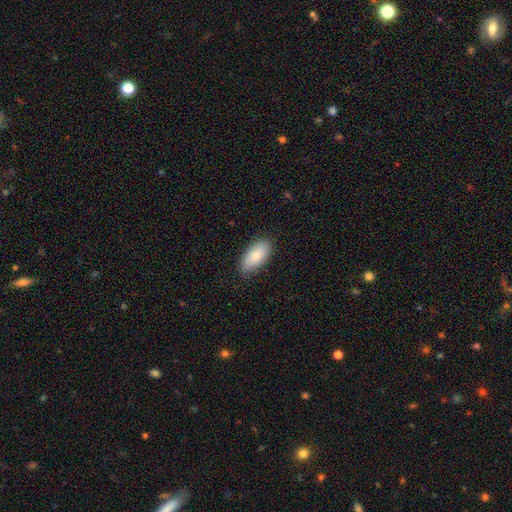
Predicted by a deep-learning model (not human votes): Overall: smooth (83%). How rounded: in between (91%). Merging: none (84%).